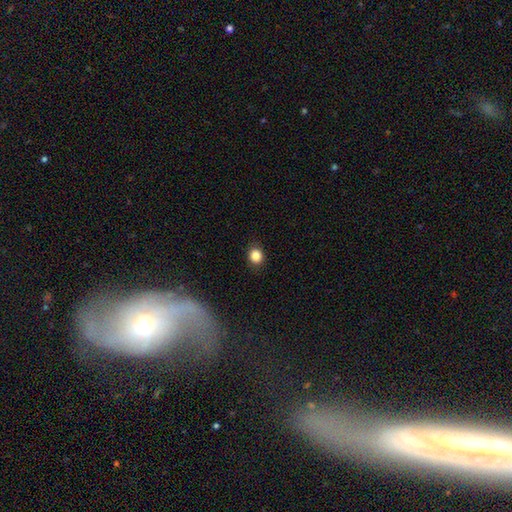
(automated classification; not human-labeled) A smooth galaxy with no disk features (84%) that is round (76%). Merging: none (89%).